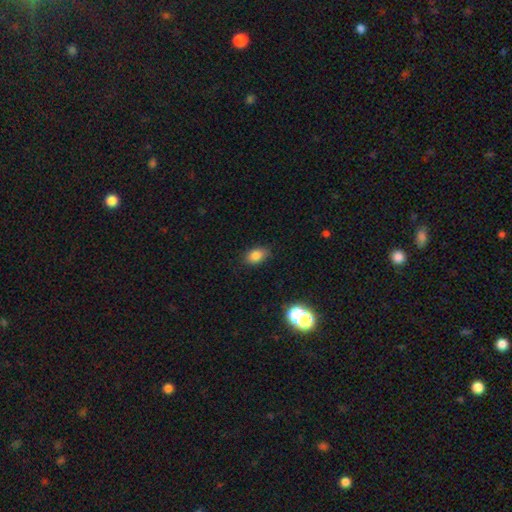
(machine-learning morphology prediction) Smooth or featured?
  - smooth: 82% *
  - star or artifact: 11%
  - featured or disk: 7%
How rounded?
  - in between: 82% *
  - round: 16%
  - cigar-shaped: 2%
Merging?
  - none: 79% *
  - minor disturbance: 16%
  - major disturbance: 3%
  - merger: 2%